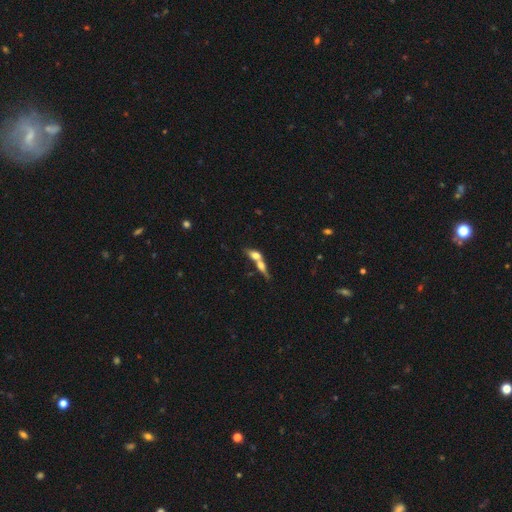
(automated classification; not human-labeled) Q: Smooth or featured?
A: smooth (53%); runner-up: featured or disk (38%)
Q: How rounded?
A: in between (47%); runner-up: cigar-shaped (40%)
Q: Merging?
A: merger (67%); runner-up: none (21%)